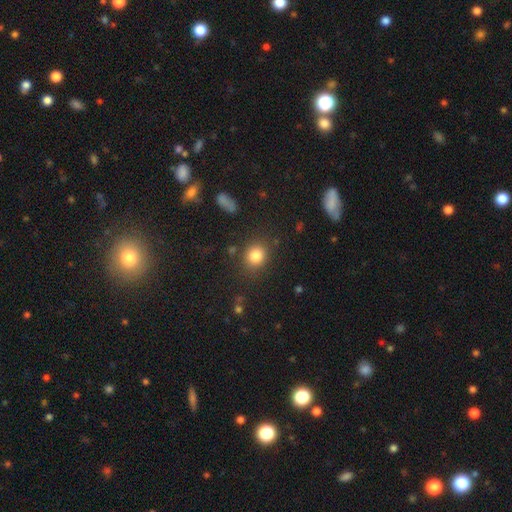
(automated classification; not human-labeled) This is clearly a smooth galaxy (83%). How rounded: likely round (71%). Merging: clearly none (82%).